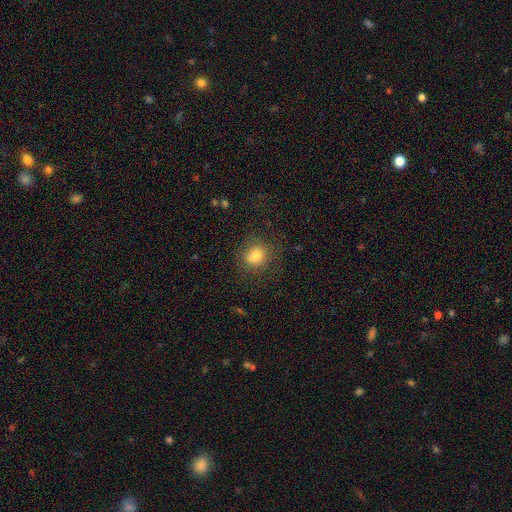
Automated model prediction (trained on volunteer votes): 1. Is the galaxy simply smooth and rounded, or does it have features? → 78% smooth, 12% star or artifact, 10% featured or disk.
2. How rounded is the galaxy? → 75% round, 24% in between, 1% cigar-shaped.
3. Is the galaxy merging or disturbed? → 78% none, 14% minor disturbance, 6% major disturbance, 3% merger.